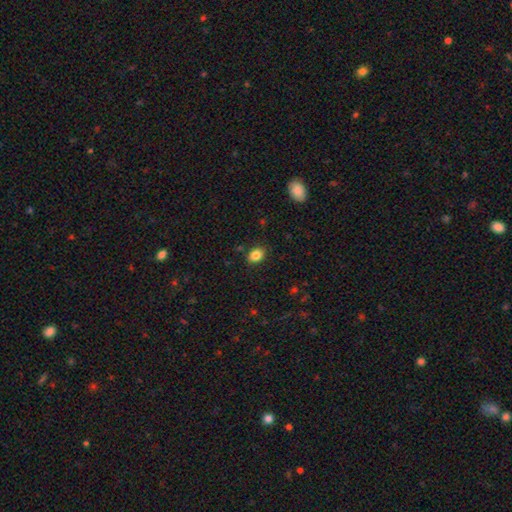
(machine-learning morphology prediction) A smooth galaxy with no disk features (84%) that is in between round and cigar-shaped (65%). Merging: none (86%).